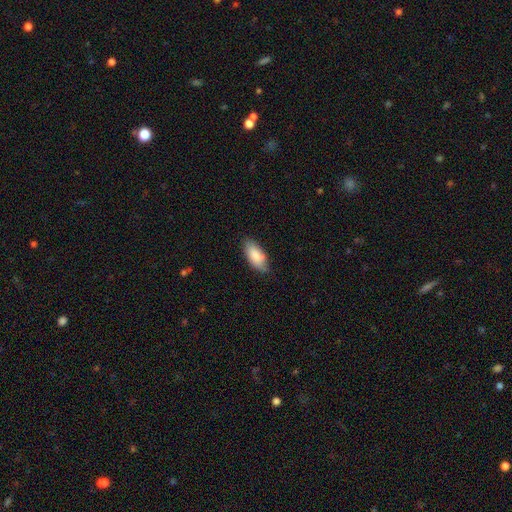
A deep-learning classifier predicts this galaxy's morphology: A smooth galaxy with no disk features (83%) that is in between round and cigar-shaped (90%).

Vote fractions:
- Smooth or featured? smooth: 83% / featured or disk: 11% / star or artifact: 6%
- How rounded? in between: 90% / cigar-shaped: 8% / round: 2%
- Merging? none: 76% / minor disturbance: 20% / major disturbance: 3% / merger: 1%